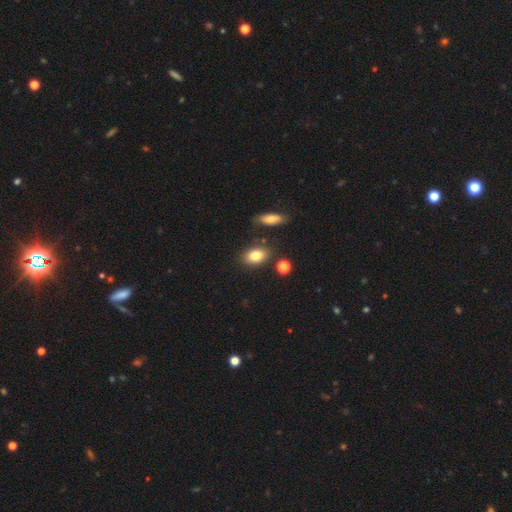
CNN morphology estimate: smooth-or-featured: smooth: 81% | featured or disk: 10% | star or artifact: 9%
  how-rounded: in between: 82% | round: 16% | cigar-shaped: 3%
  merging: none: 78% | minor disturbance: 12% | merger: 7% | major disturbance: 3%